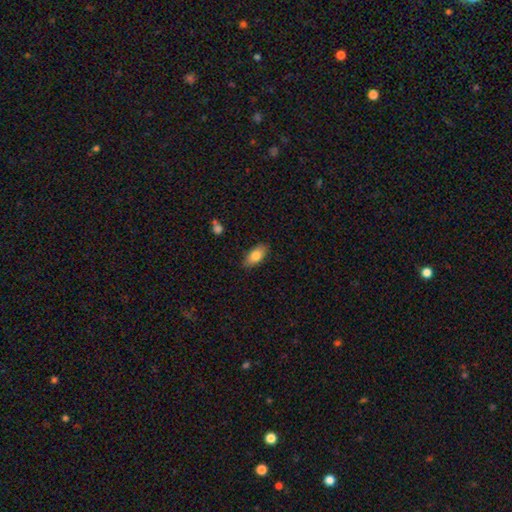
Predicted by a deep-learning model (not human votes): Smooth or featured?
  - smooth: 81% *
  - featured or disk: 12%
  - star or artifact: 7%
How rounded?
  - in between: 89% *
  - cigar-shaped: 8%
  - round: 3%
Merging?
  - none: 85% *
  - minor disturbance: 12%
  - major disturbance: 2%
  - merger: 1%